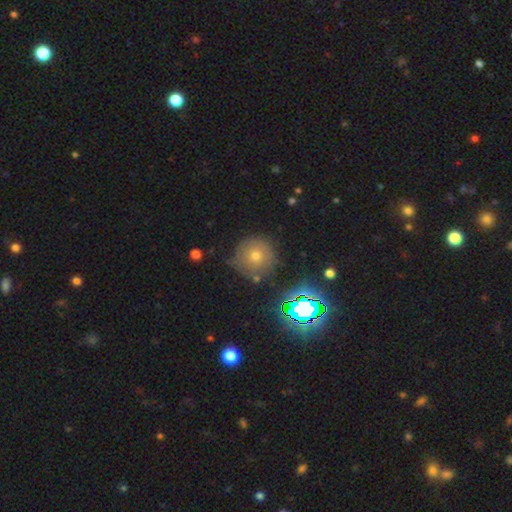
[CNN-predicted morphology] Smooth or featured? smooth (60%)
How rounded? round (94%)
Merging? none (78%)